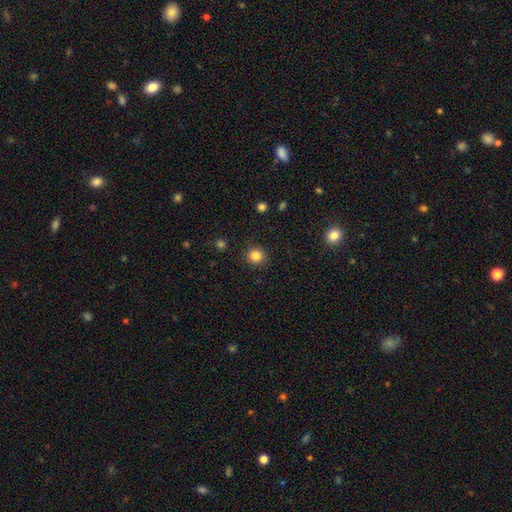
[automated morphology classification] This appears to be a smooth galaxy with no disk features (84%) that is round (92%). Merging: none (91%).